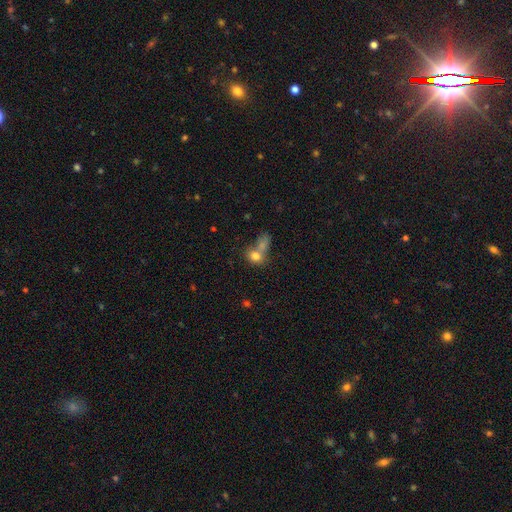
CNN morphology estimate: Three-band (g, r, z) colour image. It shows a smooth galaxy with no disk features (77%) that is in between round and cigar-shaped (54%). Merging: merger (56%).